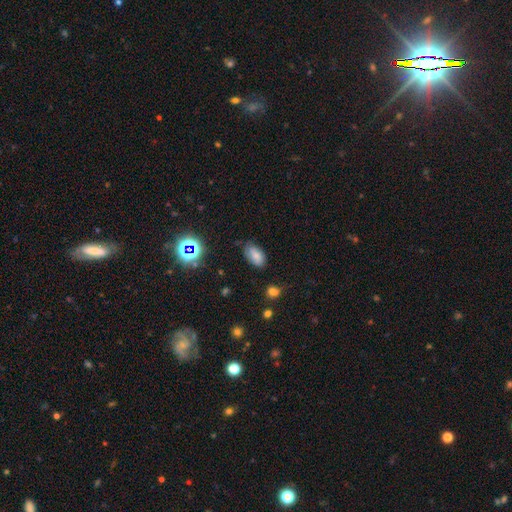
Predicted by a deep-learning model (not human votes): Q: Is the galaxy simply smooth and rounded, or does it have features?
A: smooth — 77%.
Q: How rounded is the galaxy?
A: in between — 93%.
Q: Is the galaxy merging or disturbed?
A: none — 71%.